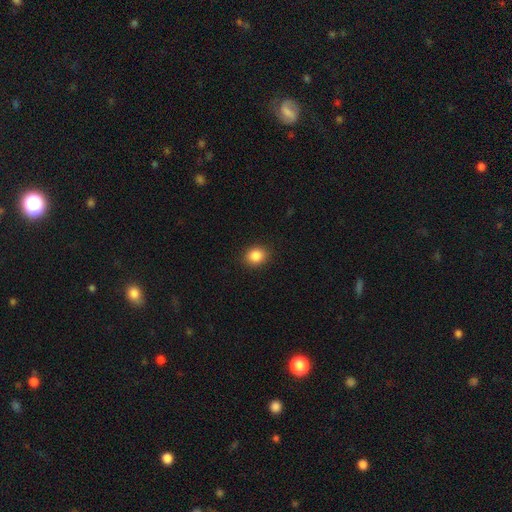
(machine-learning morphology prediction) Smooth or featured?
  - smooth: 86% *
  - star or artifact: 10%
  - featured or disk: 4%
How rounded?
  - round: 67% *
  - in between: 32%
  - cigar-shaped: 1%
Merging?
  - none: 89% *
  - minor disturbance: 8%
  - major disturbance: 2%
  - merger: 1%